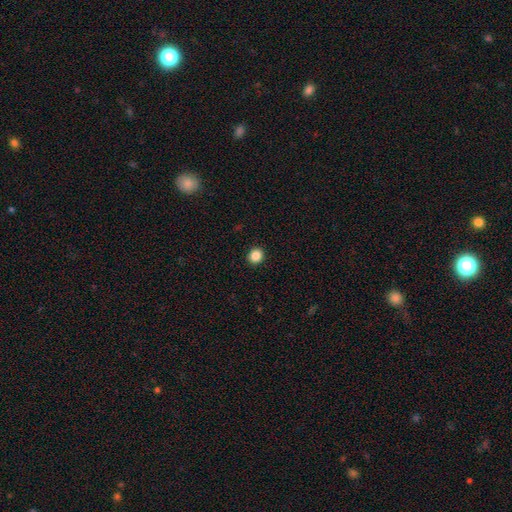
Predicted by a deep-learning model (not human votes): Overall: smooth (86%). How rounded: round (86%). Merging: none (93%).